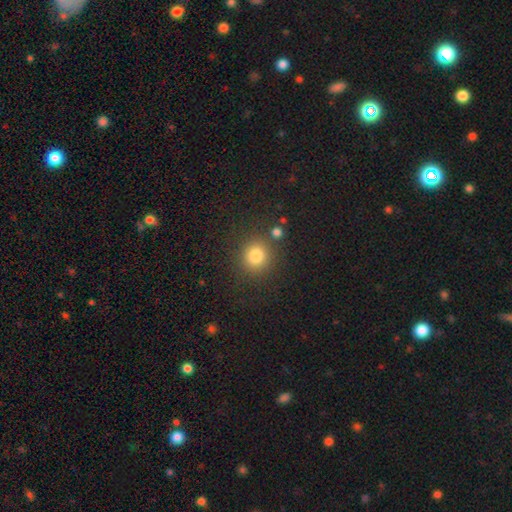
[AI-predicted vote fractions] A smooth galaxy with no disk features (81%) that is round (87%).

Vote fractions:
- Smooth or featured? smooth: 81% / star or artifact: 13% / featured or disk: 6%
- How rounded? round: 87% / in between: 12% / cigar-shaped: 1%
- Merging? none: 81% / minor disturbance: 9% / merger: 6% / major disturbance: 4%